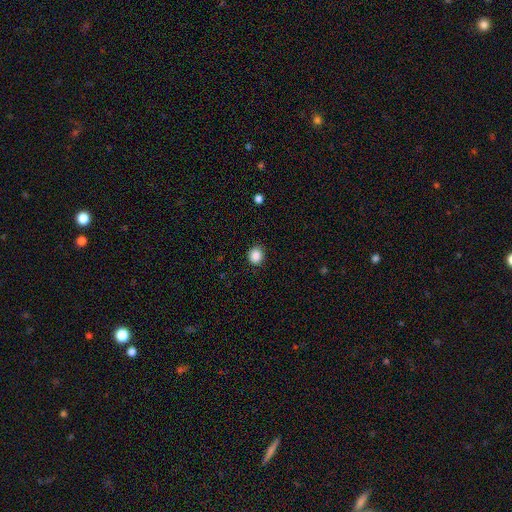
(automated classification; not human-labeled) This appears to be a smooth galaxy with no disk features (87%) that is round (75%). Merging: none (87%).